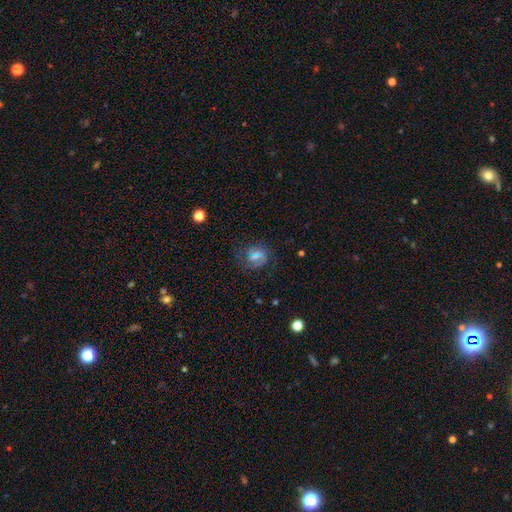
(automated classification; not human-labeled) Smooth or featured: featured or disk — 49% (smooth — 40%)
Merging: none — 61% (minor disturbance — 21%)